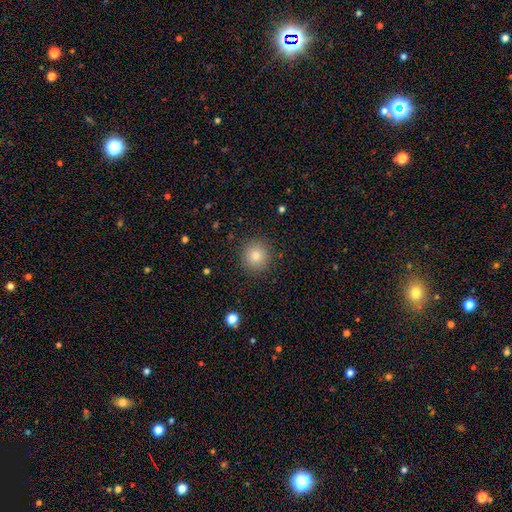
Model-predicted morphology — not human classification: Q: Smooth or featured?
A: smooth (80%); runner-up: star or artifact (13%)
Q: How rounded?
A: round (95%); runner-up: in between (4%)
Q: Merging?
A: none (91%); runner-up: minor disturbance (6%)